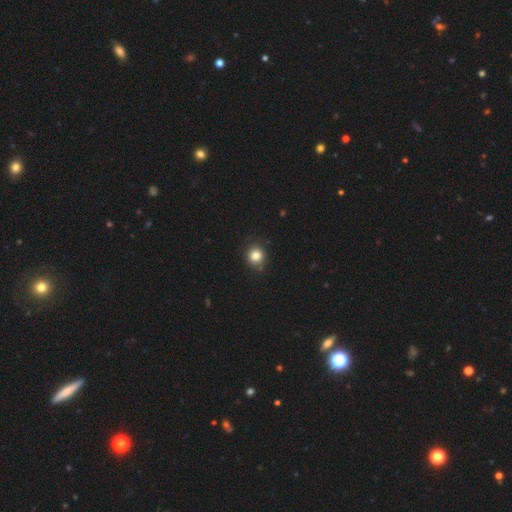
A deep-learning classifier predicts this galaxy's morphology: The model was most divided on "smooth or featured": smooth: 83%, star or artifact: 12%, featured or disk: 5%. More confident: how rounded — round (87%); merging — none (84%).